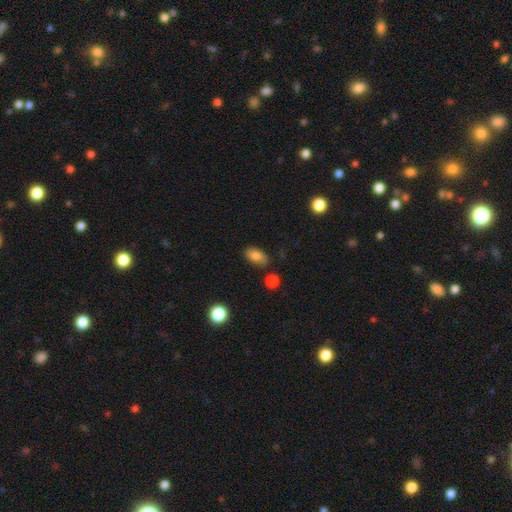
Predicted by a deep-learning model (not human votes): smooth 81%, star or artifact 9%, featured or disk 9%. Down the decision tree: how rounded — in between (89%); merging — none (73%).